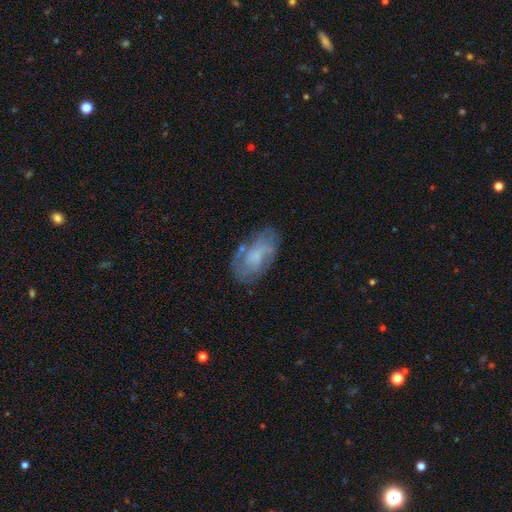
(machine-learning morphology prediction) Q: Smooth or featured?
A: featured or disk (60%); runner-up: smooth (32%)
Q: Edge-on disk?
A: no (95%); runner-up: yes (5%)
Q: Bar?
A: no (62%); runner-up: weak (33%)
Q: Spiral arms?
A: yes (79%); runner-up: no (21%)
Q: Bulge size?
A: none (41%); runner-up: small (30%)
Q: Merging?
A: none (67%); runner-up: minor disturbance (21%)